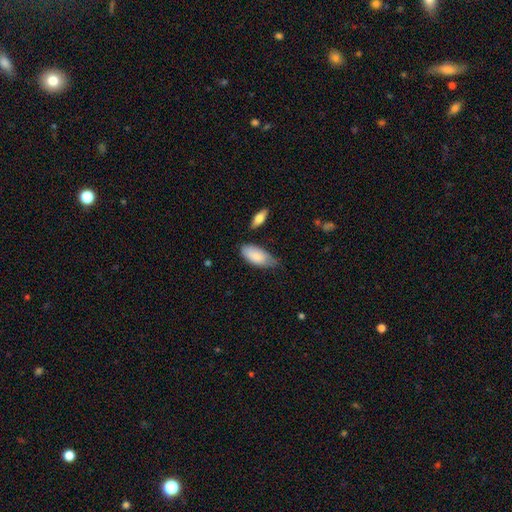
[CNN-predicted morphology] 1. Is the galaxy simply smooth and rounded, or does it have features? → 84% smooth, 10% featured or disk, 6% star or artifact.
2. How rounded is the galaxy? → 90% in between, 8% cigar-shaped, 2% round.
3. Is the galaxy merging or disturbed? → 45% none, 43% minor disturbance, 9% major disturbance, 4% merger.